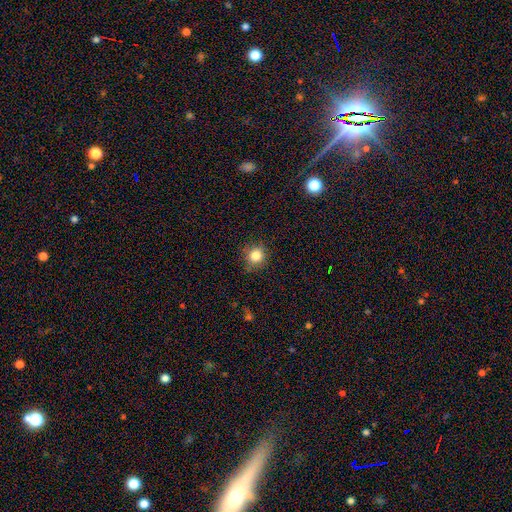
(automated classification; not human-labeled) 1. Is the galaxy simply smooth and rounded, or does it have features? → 83% smooth, 12% star or artifact, 5% featured or disk.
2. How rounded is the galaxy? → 92% round, 7% in between, 1% cigar-shaped.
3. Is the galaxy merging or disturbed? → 85% none, 11% minor disturbance, 3% major disturbance, 1% merger.